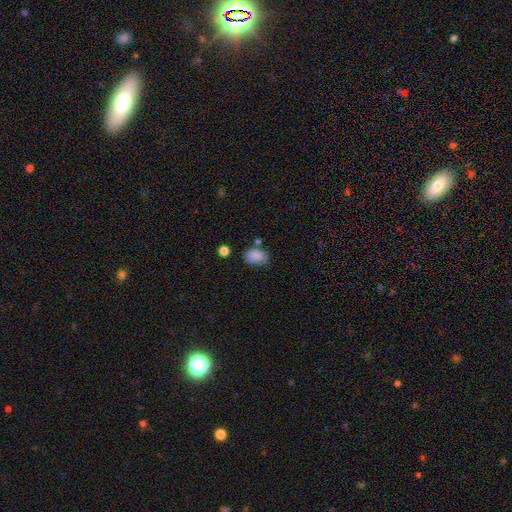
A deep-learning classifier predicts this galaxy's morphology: smooth-or-featured: smooth: 85% | star or artifact: 9% | featured or disk: 6%
  how-rounded: in between: 79% | round: 20% | cigar-shaped: 1%
  merging: none: 59% | minor disturbance: 26% | merger: 8% | major disturbance: 7%